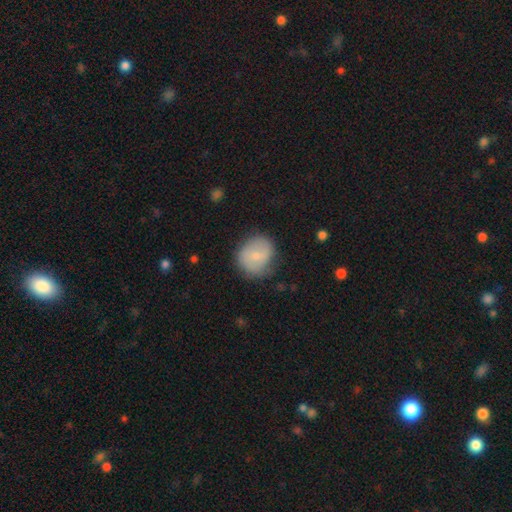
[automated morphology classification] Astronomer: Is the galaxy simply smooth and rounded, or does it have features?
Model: smooth — 68%.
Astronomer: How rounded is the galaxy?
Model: round — 77%.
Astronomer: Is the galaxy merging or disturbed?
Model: none — 73%.